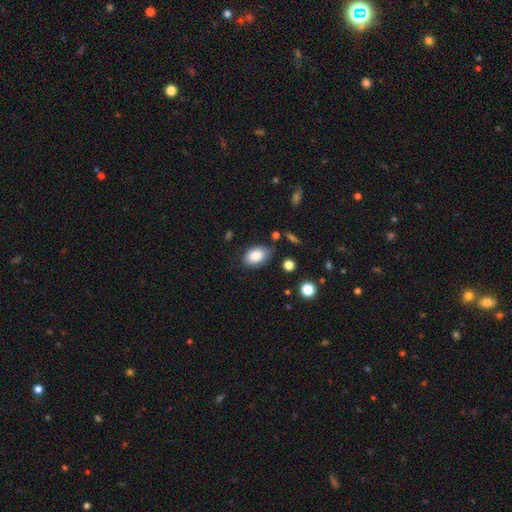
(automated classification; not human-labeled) This appears to be a smooth galaxy with no disk features (86%) that is in between round and cigar-shaped (89%). Merging: none (77%).